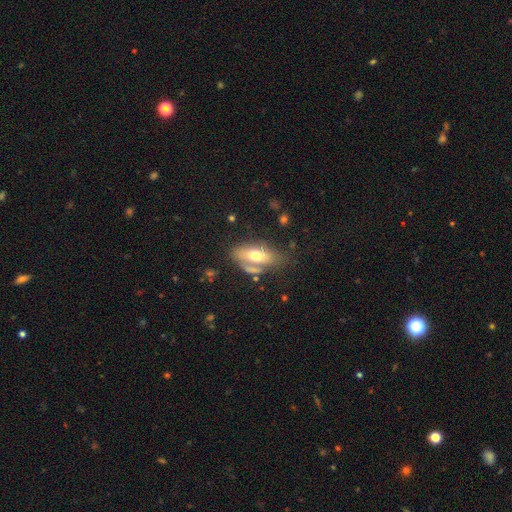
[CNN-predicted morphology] Smooth or featured? Predicted: smooth (p=0.57). How rounded? Predicted: in between (p=0.83). Merging? Predicted: none (p=0.50).